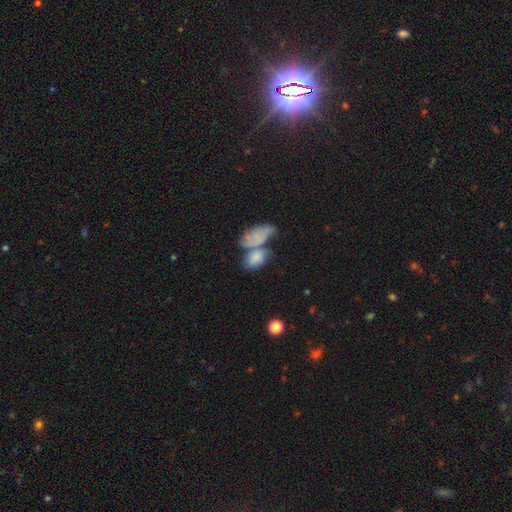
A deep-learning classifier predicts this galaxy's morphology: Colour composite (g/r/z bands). It shows a smooth galaxy with no disk features (62%) that is in between round and cigar-shaped (79%). Merging: merger (44%).